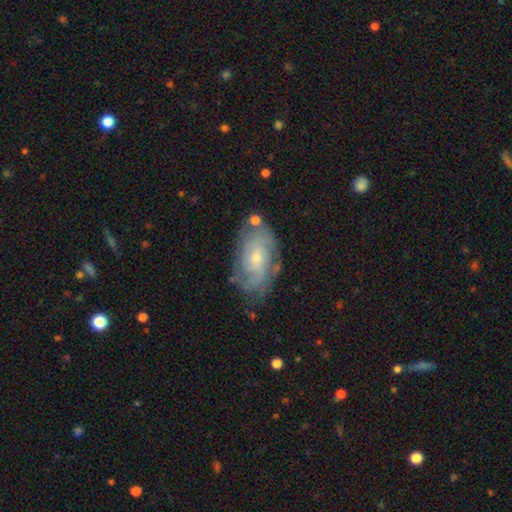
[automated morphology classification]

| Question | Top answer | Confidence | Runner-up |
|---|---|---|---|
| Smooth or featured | featured or disk | 65% | smooth (24%) |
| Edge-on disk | no | 92% | yes (8%) |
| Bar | no | 72% | weak (24%) |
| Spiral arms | yes | 82% | no (18%) |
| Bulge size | small | 61% | moderate (34%) |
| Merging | none | 71% | minor disturbance (19%) |